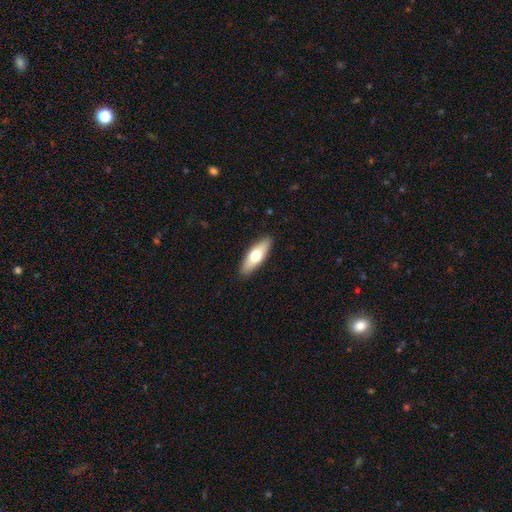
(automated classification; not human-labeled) Smooth or featured? Predicted: smooth (p=0.62). How rounded? Predicted: in between (p=0.57). Merging? Predicted: none (p=0.90).